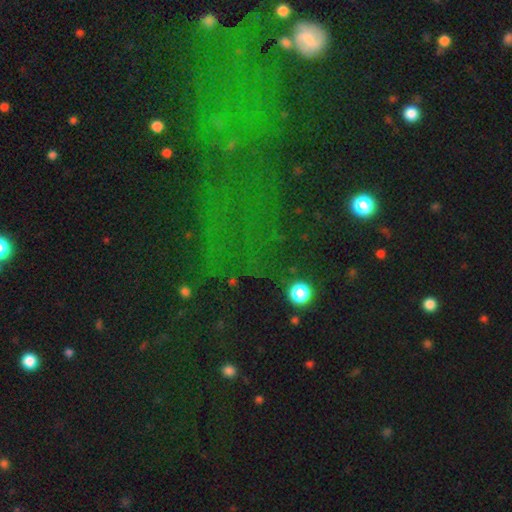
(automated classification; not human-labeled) A star or artifact, not a galaxy (62%).

Vote fractions:
- Smooth or featured? star or artifact: 62% / smooth: 23% / featured or disk: 15%